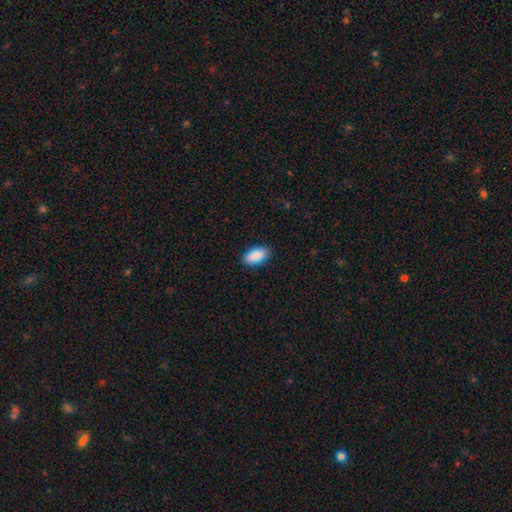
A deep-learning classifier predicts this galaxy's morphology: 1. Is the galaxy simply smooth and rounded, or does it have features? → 90% smooth, 6% star or artifact, 4% featured or disk.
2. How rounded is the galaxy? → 93% in between, 4% cigar-shaped, 3% round.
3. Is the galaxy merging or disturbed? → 88% none, 9% minor disturbance, 2% major disturbance, 1% merger.